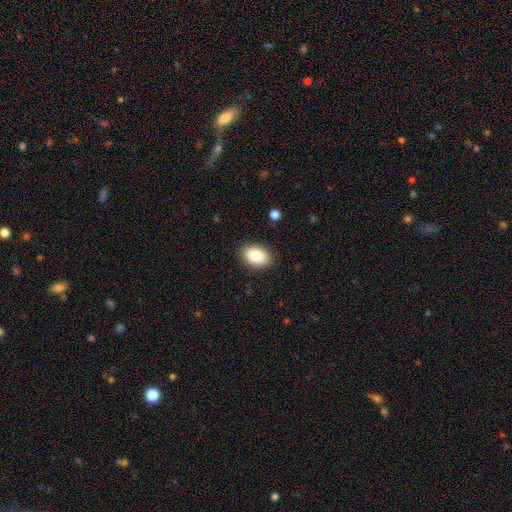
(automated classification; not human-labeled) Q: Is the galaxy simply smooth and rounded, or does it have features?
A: smooth — 85%.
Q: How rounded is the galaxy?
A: in between — 88%.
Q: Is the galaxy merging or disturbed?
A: none — 88%.